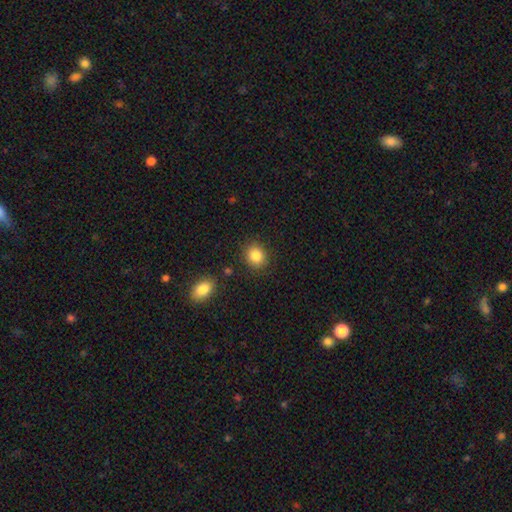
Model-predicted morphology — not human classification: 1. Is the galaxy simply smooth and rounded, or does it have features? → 85% smooth, 9% star or artifact, 5% featured or disk.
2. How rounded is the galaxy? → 72% round, 27% in between, 1% cigar-shaped.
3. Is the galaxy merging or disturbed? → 87% none, 8% minor disturbance, 3% major disturbance, 3% merger.